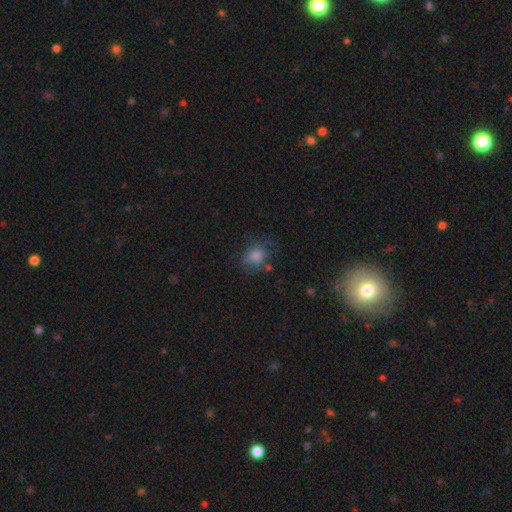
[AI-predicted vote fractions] A smooth galaxy with no disk features (70%) that is round (54%).

Vote fractions:
- Smooth or featured? smooth: 70% / star or artifact: 16% / featured or disk: 14%
- How rounded? round: 54% / in between: 44% / cigar-shaped: 1%
- Merging? none: 61% / minor disturbance: 24% / major disturbance: 12% / merger: 4%